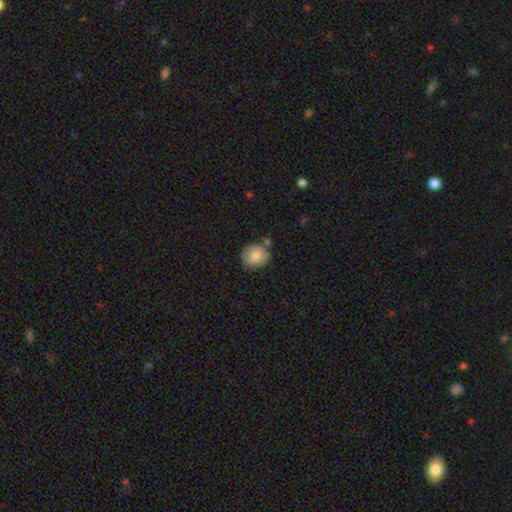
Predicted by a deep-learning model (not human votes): This is clearly a smooth galaxy (82%). How rounded: clearly round (83%). Merging: likely none (70%).